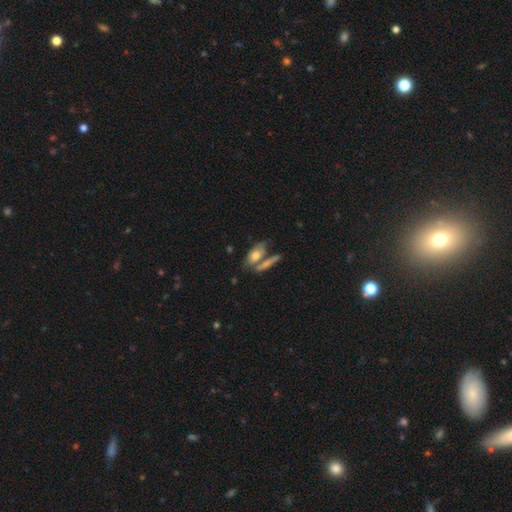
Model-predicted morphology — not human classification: A smooth galaxy with no disk features (69%) that is in between round and cigar-shaped (78%). Merging: none (47%).